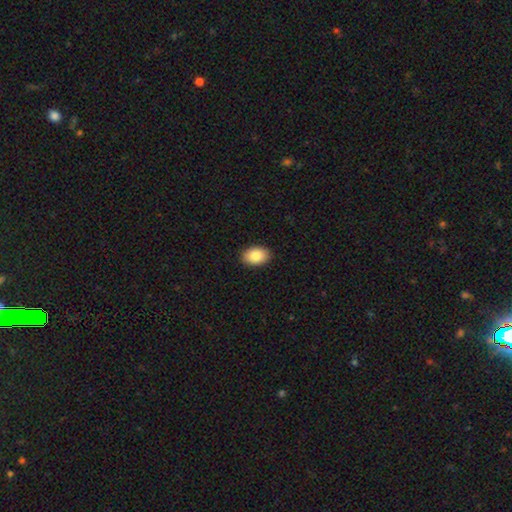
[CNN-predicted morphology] Overall: smooth (86%). How rounded: in between (84%). Merging: none (91%).